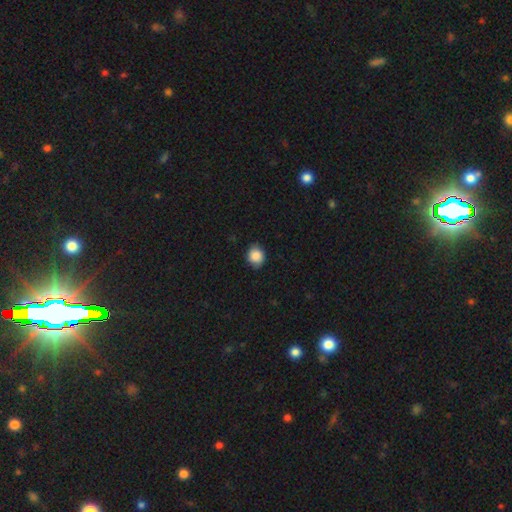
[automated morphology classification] Smooth or featured? Predicted: smooth (p=0.86). How rounded? Predicted: round (p=0.70). Merging? Predicted: none (p=0.81).